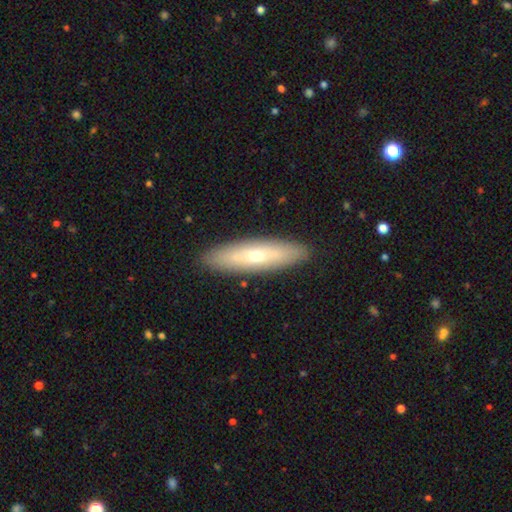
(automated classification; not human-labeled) Q: Smooth or featured?
A: smooth (51%); runner-up: featured or disk (43%)
Q: How rounded?
A: cigar-shaped (69%); runner-up: in between (29%)
Q: Merging?
A: none (90%); runner-up: minor disturbance (7%)